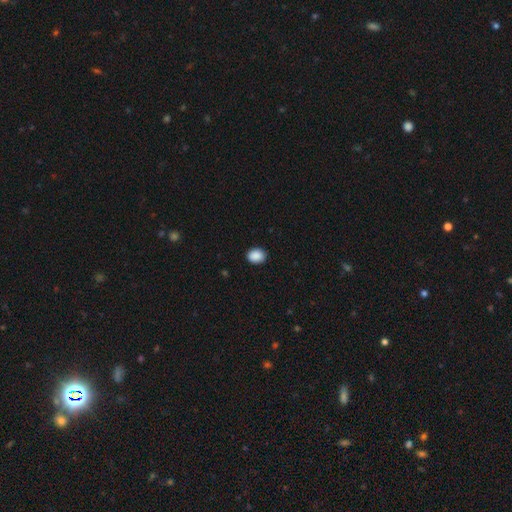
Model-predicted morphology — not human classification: Smooth or featured? smooth (90%)
How rounded? in between (51%)
Merging? none (90%)